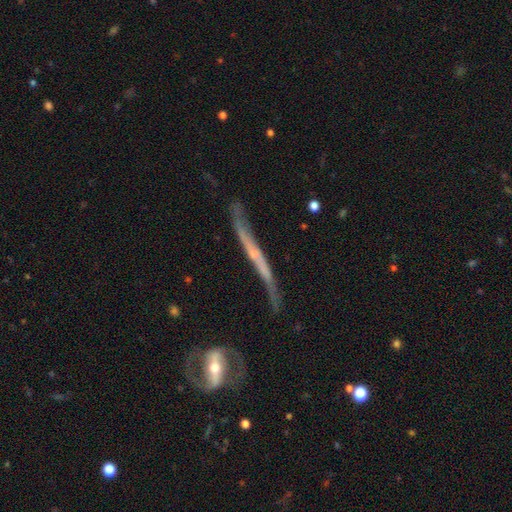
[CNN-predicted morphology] The model was most divided on "merging": none: 57%, minor disturbance: 24%, major disturbance: 14%, merger: 5%. More confident: smooth or featured — featured or disk (77%); edge-on disk — yes (75%); edge-on bulge — none (65%).